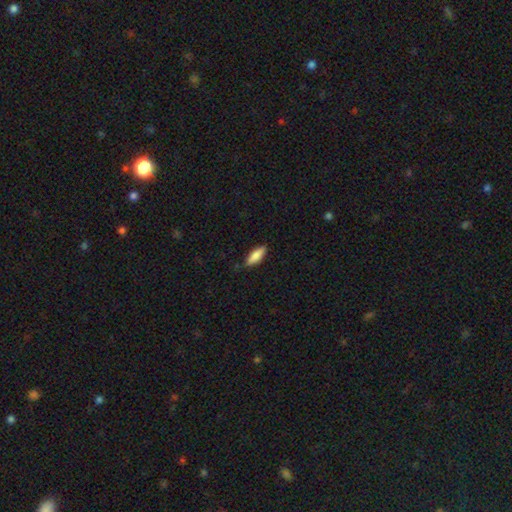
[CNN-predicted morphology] smooth_or_featured: smooth (p=0.80) [alt: featured or disk p=0.14]
how_rounded: in between (p=0.57) [alt: cigar-shaped p=0.41]
merging: none (p=0.82) [alt: minor disturbance p=0.14]